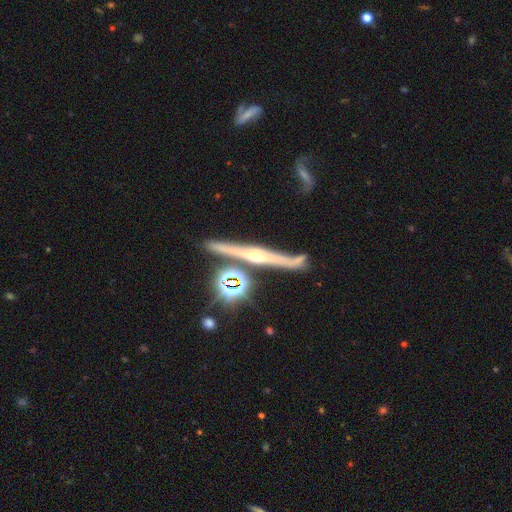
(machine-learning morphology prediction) A featured or disk galaxy (79%) viewed edge-on (96%) with a rounded central bulge (86%).

Vote fractions:
- Smooth or featured? featured or disk: 79% / star or artifact: 11% / smooth: 10%
- Edge-on disk? yes: 96% / no: 4%
- Edge-on bulge? rounded: 86% / none: 9% / boxy: 5%
- Merging? none: 77% / minor disturbance: 11% / merger: 8% / major disturbance: 4%